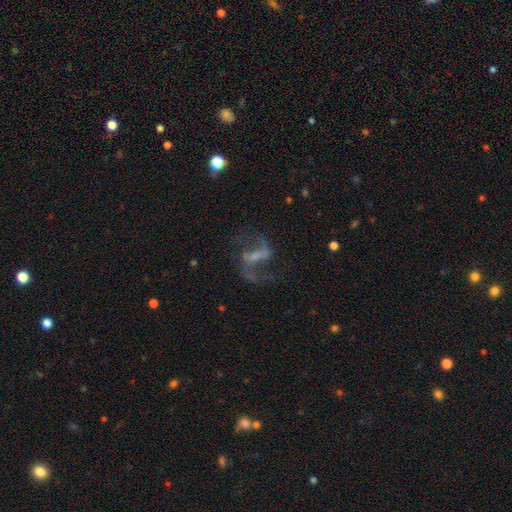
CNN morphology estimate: A featured or disk galaxy (80%) with a strong bar (43%), 2 (89%) loose (62%) spiral arms (91%) and a small central bulge (44%). Merging: none (64%).